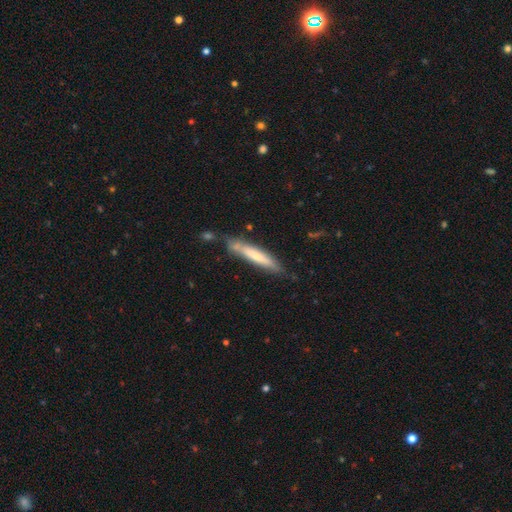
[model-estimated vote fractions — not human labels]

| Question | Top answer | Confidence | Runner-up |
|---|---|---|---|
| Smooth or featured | smooth | 59% | featured or disk (35%) |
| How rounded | cigar-shaped | 91% | in between (7%) |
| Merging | none | 67% | minor disturbance (21%) |